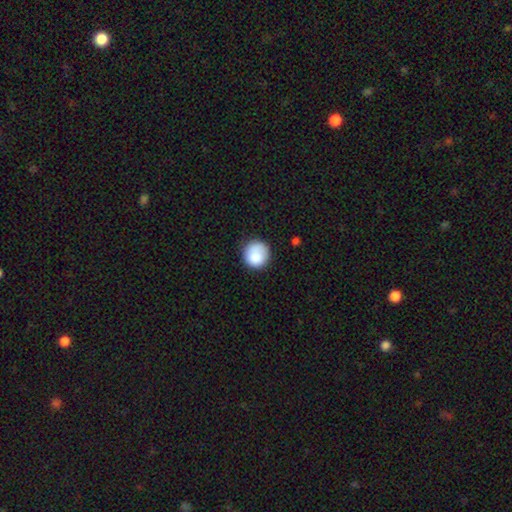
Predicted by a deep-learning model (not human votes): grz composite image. It shows a smooth galaxy with no disk features (84%) that is round (90%). Merging: none (76%).